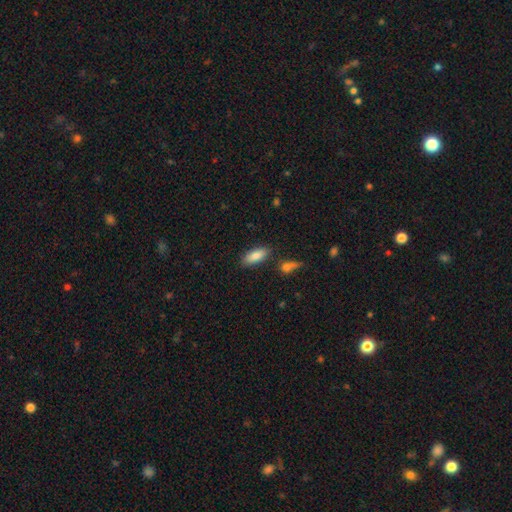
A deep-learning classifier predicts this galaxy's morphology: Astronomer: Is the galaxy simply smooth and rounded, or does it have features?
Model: smooth — 84%.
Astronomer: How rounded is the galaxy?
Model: in between — 78%.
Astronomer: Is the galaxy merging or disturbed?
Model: none — 80%.